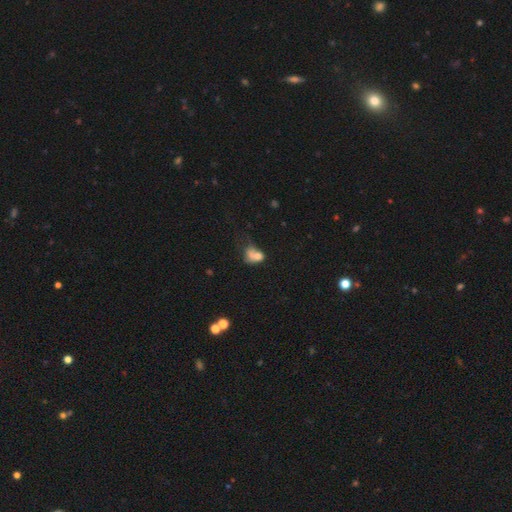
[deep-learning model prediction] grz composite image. It shows a smooth galaxy with no disk features (64%) that is in between round and cigar-shaped (61%). Merging: merger (45%).